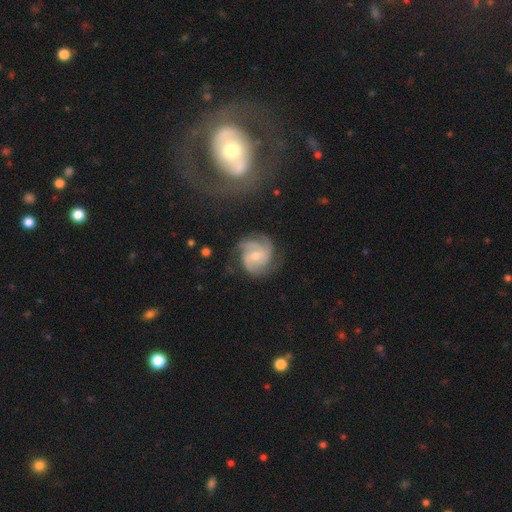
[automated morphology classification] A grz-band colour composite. It shows a featured or disk galaxy (87%) with no bar (57%), 3 (57%) tight (49%) spiral arms (97%) and a moderate central bulge (57%). Merging: none (70%).